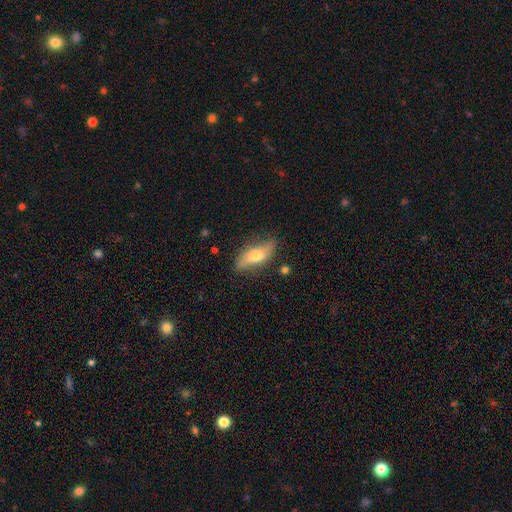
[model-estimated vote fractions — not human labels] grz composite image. It shows a smooth galaxy with no disk features (55%) that is in between round and cigar-shaped (68%). Merging: none (76%).